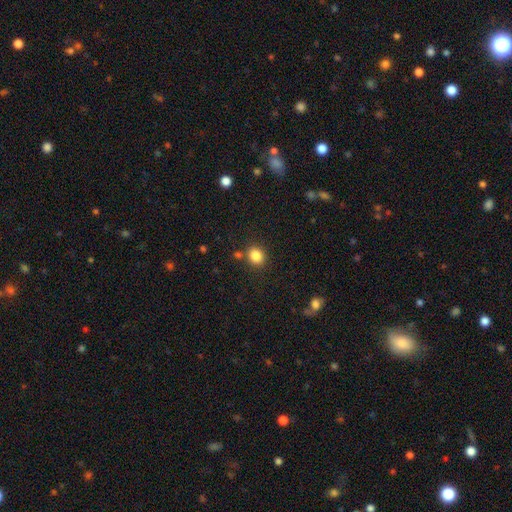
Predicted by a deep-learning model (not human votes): The model was most divided on "how rounded": round: 72%, in between: 27%, cigar-shaped: 1%. More confident: smooth or featured — smooth (84%); merging — none (79%).